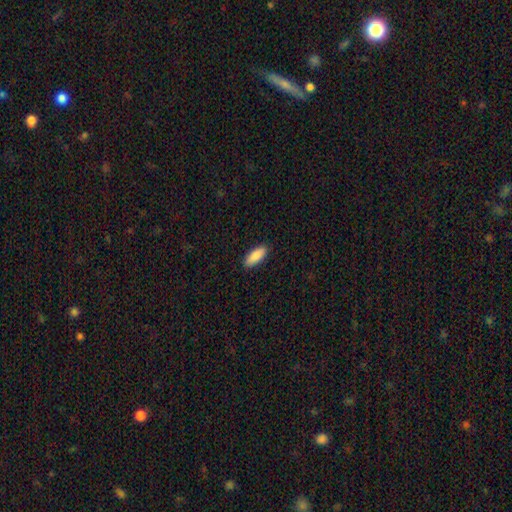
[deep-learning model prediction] Morphology: type=smooth (89%); roundness=in between (75%); merging=none (90%).